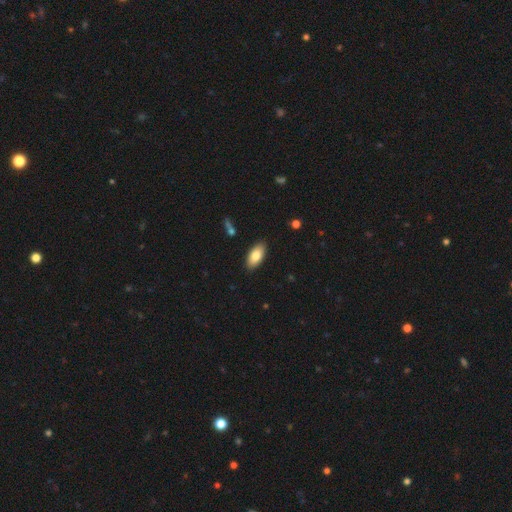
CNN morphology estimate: This is clearly a smooth galaxy (81%). How rounded: clearly in between (90%). Merging: clearly none (88%).